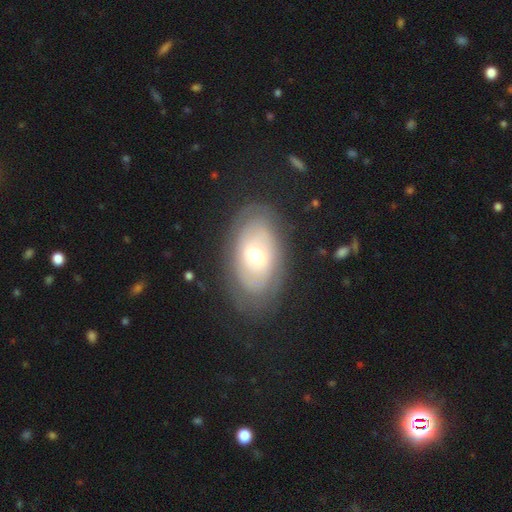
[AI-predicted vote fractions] Q: Smooth or featured?
A: featured or disk (60%); runner-up: smooth (34%)
Q: Edge-on disk?
A: no (92%); runner-up: yes (8%)
Q: Bar?
A: no (69%); runner-up: weak (24%)
Q: Spiral arms?
A: yes (57%); runner-up: no (43%)
Q: Bulge size?
A: moderate (68%); runner-up: small (22%)
Q: Merging?
A: none (76%); runner-up: minor disturbance (15%)